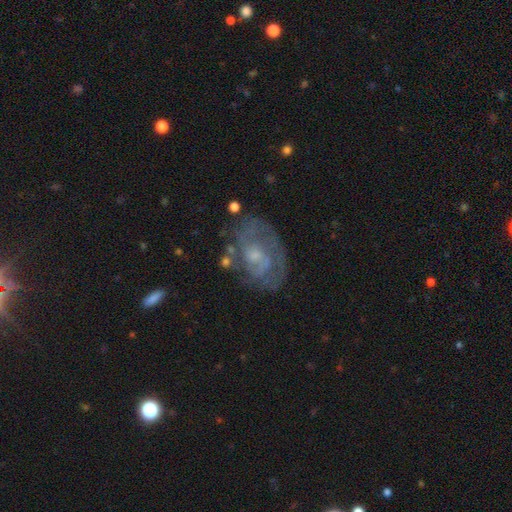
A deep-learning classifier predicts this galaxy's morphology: Overall: featured or disk (76%). Edge-on disk: no (96%). Bar: no (65%; weak 30%). Spiral arms: yes (81%). Spiral arm count: 2 (39%; can't tell 38%). Spiral winding: tight (53%; medium 35%). Bulge size: small (54%; moderate 33%). Merging: none (67%).